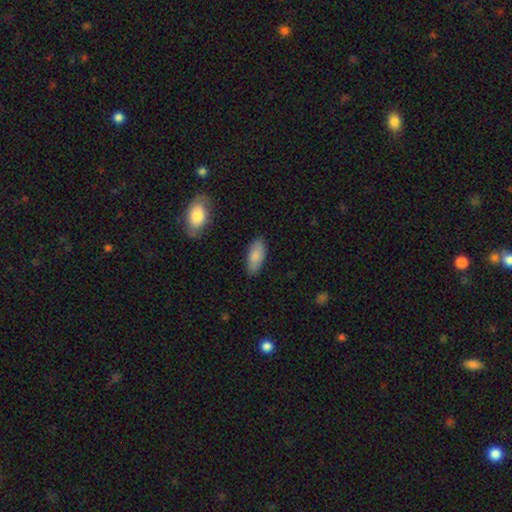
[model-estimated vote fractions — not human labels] A smooth galaxy with no disk features (85%) that is in between round and cigar-shaped (86%). Merging: none (85%).